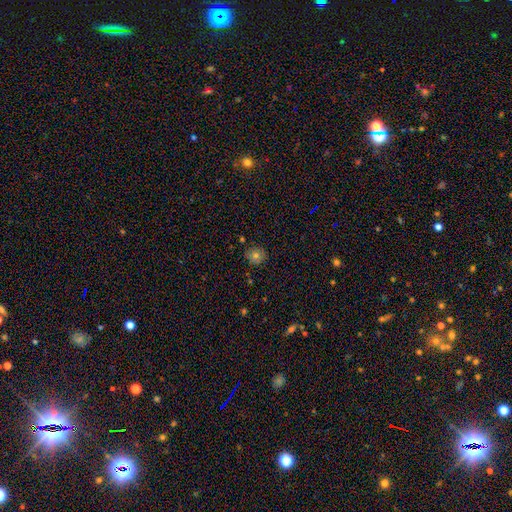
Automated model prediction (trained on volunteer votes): A smooth galaxy with no disk features (75%) that is round (90%). Merging: none (84%).